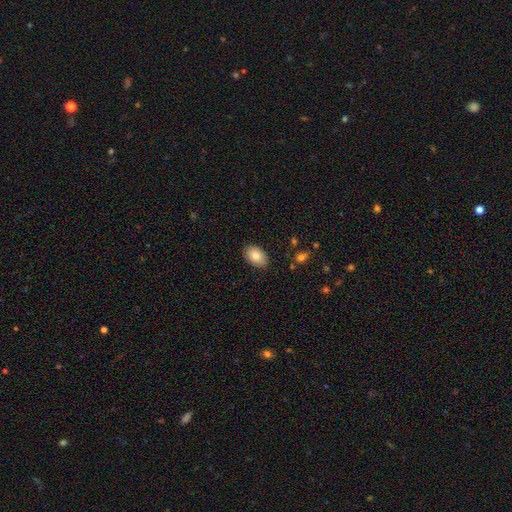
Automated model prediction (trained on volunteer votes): Smooth or featured?
  - smooth: 84% *
  - featured or disk: 9%
  - star or artifact: 7%
How rounded?
  - in between: 89% *
  - round: 10%
  - cigar-shaped: 1%
Merging?
  - none: 86% *
  - minor disturbance: 10%
  - major disturbance: 2%
  - merger: 1%